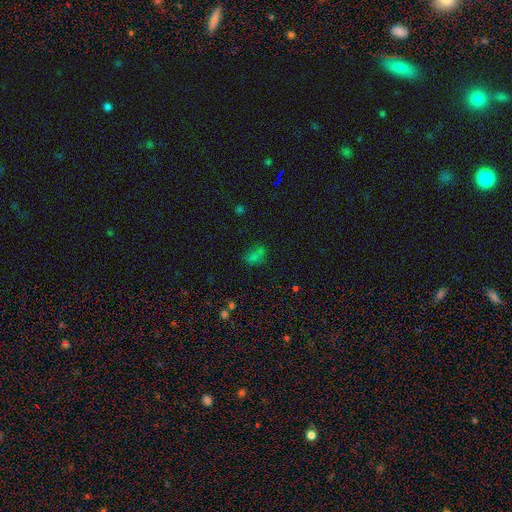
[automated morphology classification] Smooth or featured?
  - smooth: 65% *
  - star or artifact: 27%
  - featured or disk: 9%
How rounded?
  - in between: 81% *
  - round: 13%
  - cigar-shaped: 5%
Merging?
  - none: 60% *
  - minor disturbance: 22%
  - major disturbance: 10%
  - merger: 7%